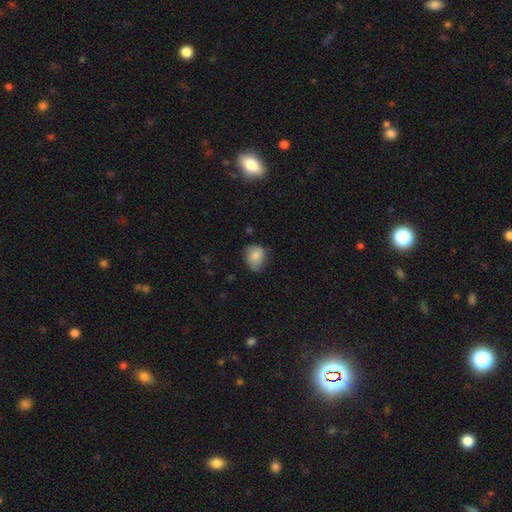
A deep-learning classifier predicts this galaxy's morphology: This appears to be a smooth galaxy with no disk features (79%) that is round (51%). Merging: none (57%).